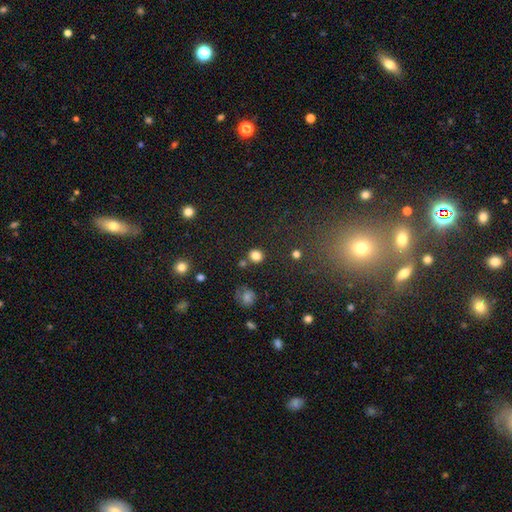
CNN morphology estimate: Smooth or featured? Predicted: smooth (p=0.82). How rounded? Predicted: round (p=0.88). Merging? Predicted: none (p=0.82).